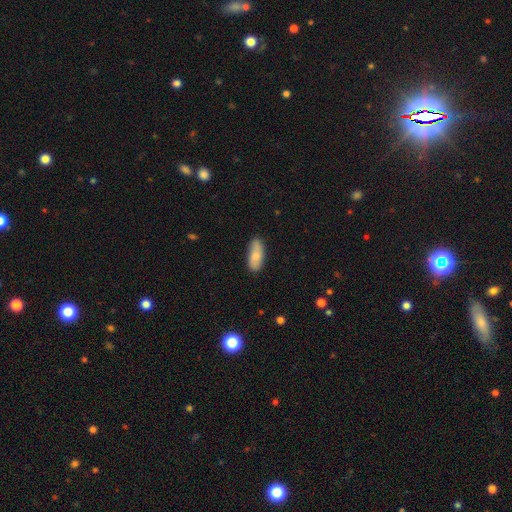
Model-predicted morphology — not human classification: Smooth or featured? Predicted: smooth (p=0.75). How rounded? Predicted: in between (p=0.79). Merging? Predicted: none (p=0.82).